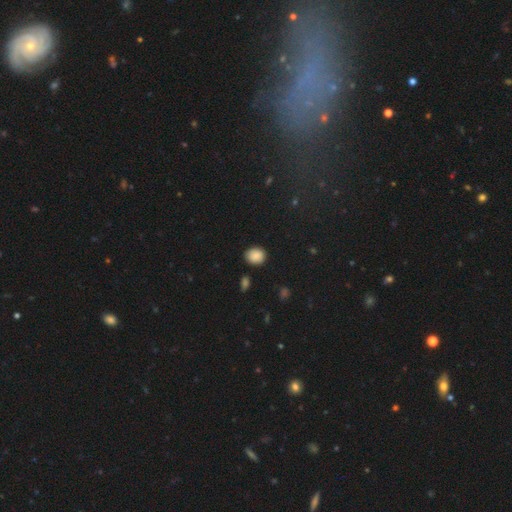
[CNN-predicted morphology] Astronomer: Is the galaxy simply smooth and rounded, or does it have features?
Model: smooth — 88%.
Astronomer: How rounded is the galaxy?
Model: round — 69%.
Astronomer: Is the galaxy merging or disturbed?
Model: none — 84%.